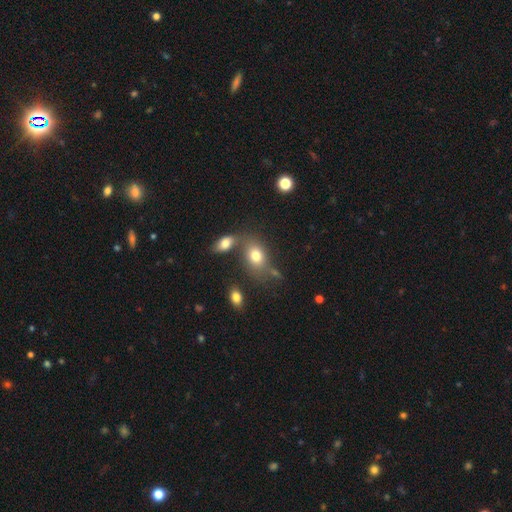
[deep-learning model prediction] The model was most divided on "merging": none: 53%, merger: 26%, minor disturbance: 14%, major disturbance: 7%. More confident: smooth or featured — smooth (77%); how rounded — in between (74%).